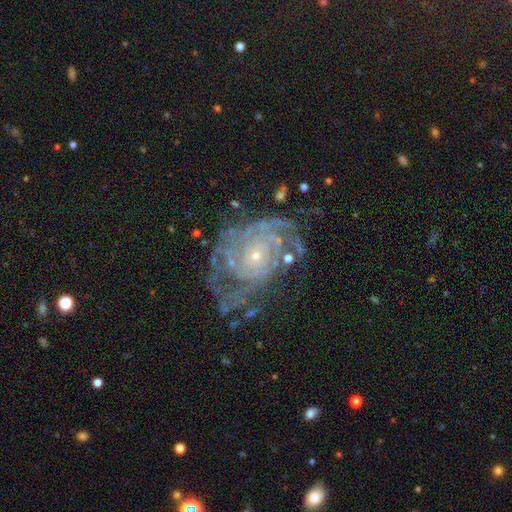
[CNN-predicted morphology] smooth_or_featured: featured or disk (p=0.86) [alt: star or artifact p=0.08]
disk_edge_on: no (p=0.97) [alt: yes p=0.03]
bar: no (p=0.79) [alt: weak p=0.16]
has_spiral_arms: yes (p=0.95) [alt: no p=0.05]
spiral_winding: tight (p=0.69) [alt: medium p=0.25]
spiral_arm_count: can't tell (p=0.31) [alt: 4 p=0.17]
bulge_size: small (p=0.82) [alt: moderate p=0.14]
merging: none (p=0.61) [alt: minor disturbance p=0.21]